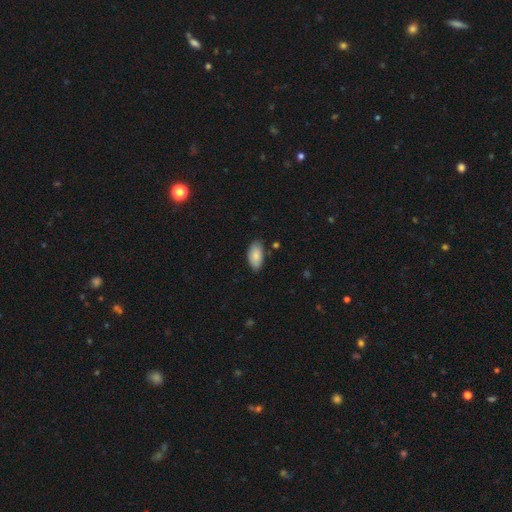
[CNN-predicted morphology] Smooth or featured?
  - smooth: 84% *
  - featured or disk: 9%
  - star or artifact: 6%
How rounded?
  - in between: 94% *
  - cigar-shaped: 4%
  - round: 2%
Merging?
  - none: 78% *
  - minor disturbance: 17%
  - major disturbance: 3%
  - merger: 2%